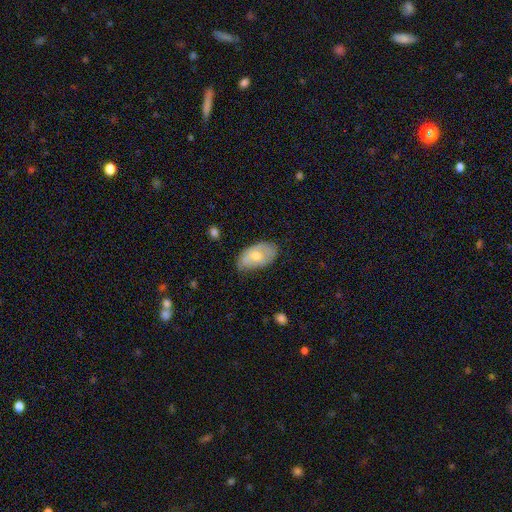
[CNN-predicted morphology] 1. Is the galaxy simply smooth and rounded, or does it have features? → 55% smooth, 38% featured or disk, 7% star or artifact.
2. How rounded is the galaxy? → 93% in between, 5% round, 2% cigar-shaped.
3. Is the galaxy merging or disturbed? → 60% none, 32% minor disturbance, 6% major disturbance, 2% merger.